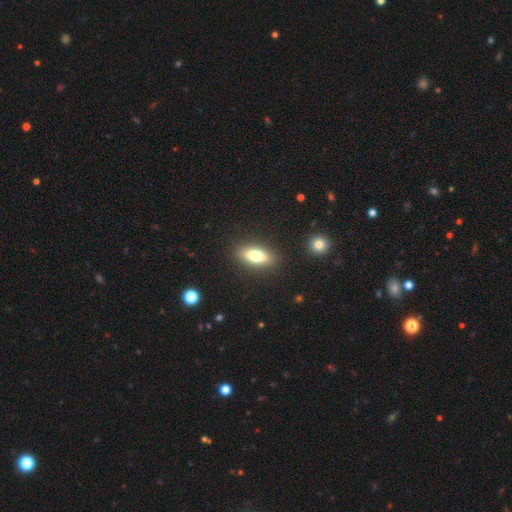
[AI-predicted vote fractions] This is likely a smooth galaxy (72%). How rounded: likely in between (75%). Merging: clearly none (87%).